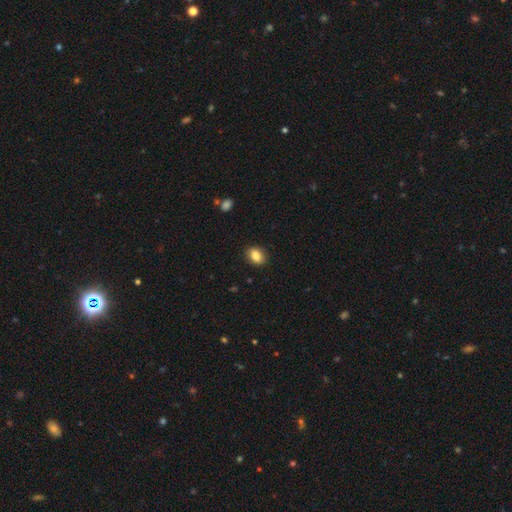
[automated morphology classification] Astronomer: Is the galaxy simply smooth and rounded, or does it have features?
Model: smooth — 85%.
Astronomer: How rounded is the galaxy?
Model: in between — 77%.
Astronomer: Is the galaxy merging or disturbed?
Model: none — 87%.